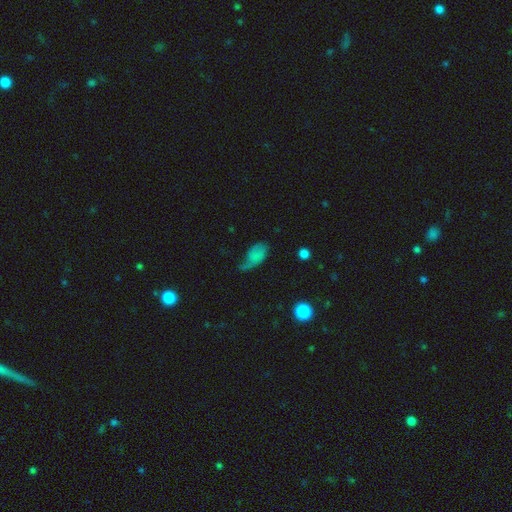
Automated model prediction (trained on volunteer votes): smooth 61%, featured or disk 28%, star or artifact 11%. Down the decision tree: how rounded — in between (90%); merging — major disturbance (36%).